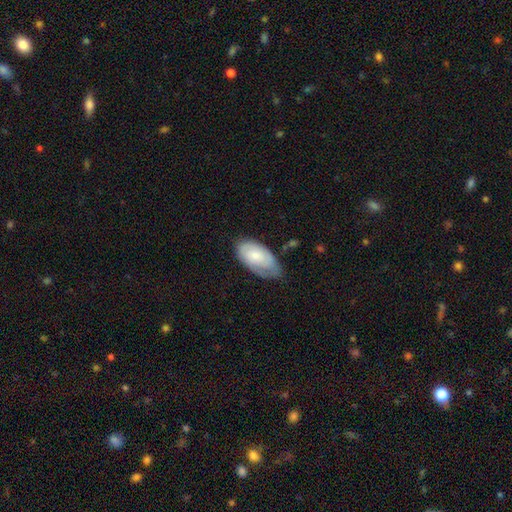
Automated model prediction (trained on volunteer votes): This is likely a smooth galaxy (63%). How rounded: clearly in between (95%). Merging: possibly none (52%).